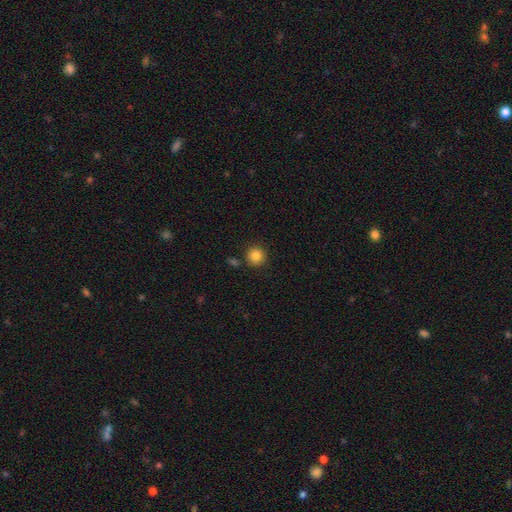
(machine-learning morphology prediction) Smooth or featured? smooth (84%)
How rounded? round (94%)
Merging? none (87%)